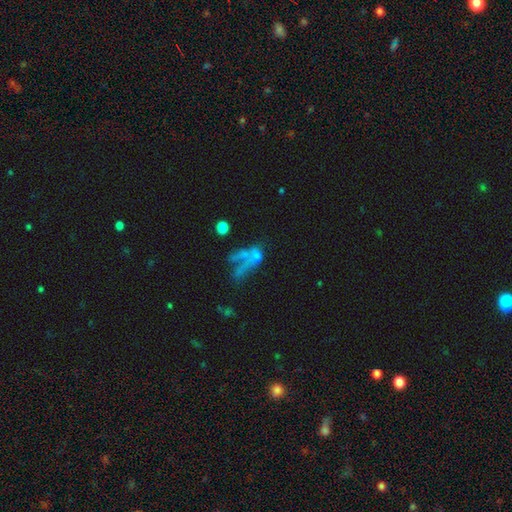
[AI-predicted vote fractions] smooth_or_featured: featured or disk (p=0.41) [alt: star or artifact p=0.32]
merging: major disturbance (p=0.37) [alt: none p=0.29]